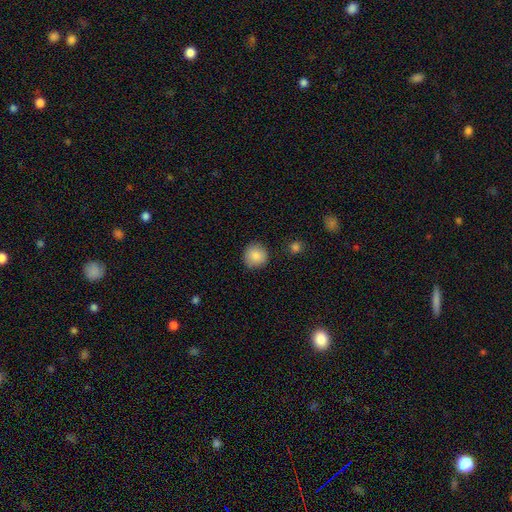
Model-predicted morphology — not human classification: type=smooth (87%); roundness=round (93%); merging=none (89%).